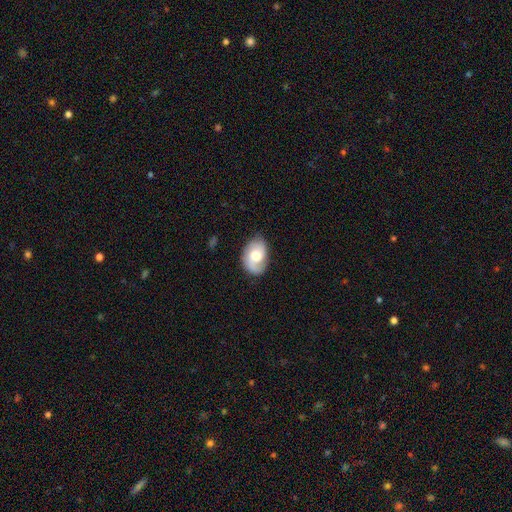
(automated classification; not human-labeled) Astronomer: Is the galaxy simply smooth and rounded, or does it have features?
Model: featured or disk — 54% (runner-up: smooth, 39%).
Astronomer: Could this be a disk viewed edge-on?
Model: no — 96%.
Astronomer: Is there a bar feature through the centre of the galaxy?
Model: no — 67%.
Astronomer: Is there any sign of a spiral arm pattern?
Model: yes — 85%.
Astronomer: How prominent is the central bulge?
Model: moderate — 62%.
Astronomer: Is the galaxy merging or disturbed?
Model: none — 72%.